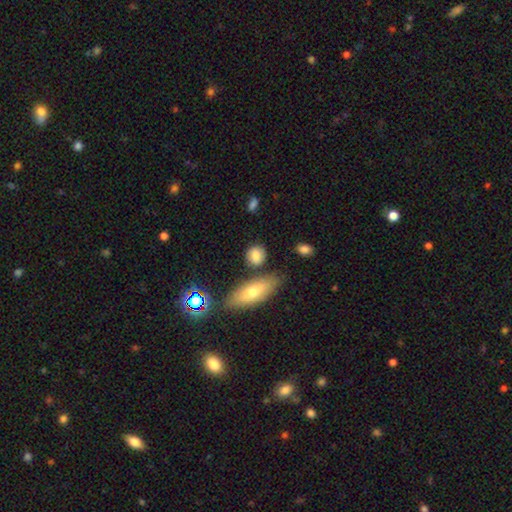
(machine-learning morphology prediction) The model was most divided on "how rounded": round: 62%, in between: 34%, cigar-shaped: 4%. More confident: smooth or featured — smooth (78%); merging — none (74%).